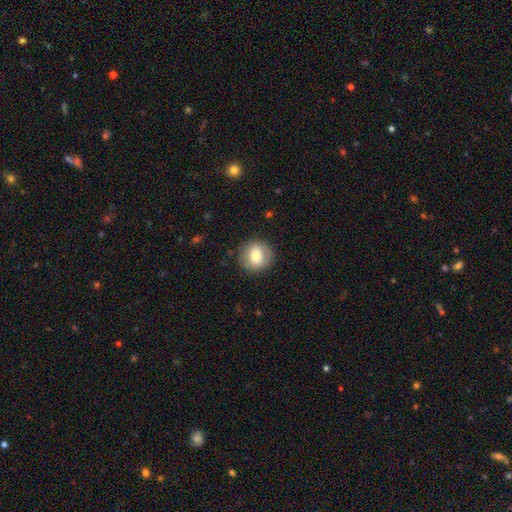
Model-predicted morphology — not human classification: Q: Smooth or featured?
A: smooth (69%); runner-up: featured or disk (23%)
Q: How rounded?
A: round (89%); runner-up: in between (10%)
Q: Merging?
A: none (86%); runner-up: minor disturbance (9%)